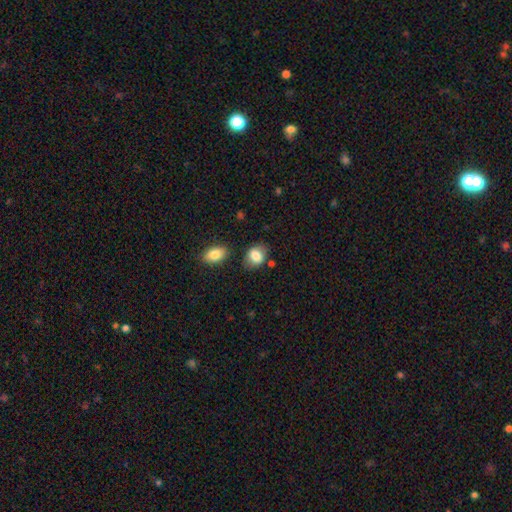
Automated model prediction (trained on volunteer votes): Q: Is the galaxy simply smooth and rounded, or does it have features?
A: smooth — 81%.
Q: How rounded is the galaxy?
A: in between — 66%.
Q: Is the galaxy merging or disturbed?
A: none — 72%.